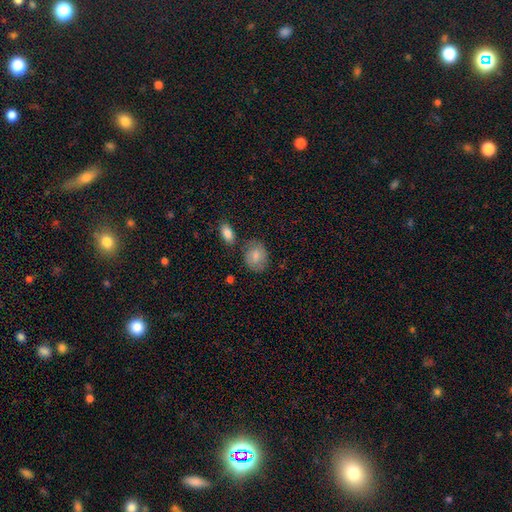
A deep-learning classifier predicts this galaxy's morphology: This appears to be a smooth galaxy with no disk features (80%) that is in between round and cigar-shaped (50%). Merging: none (71%).